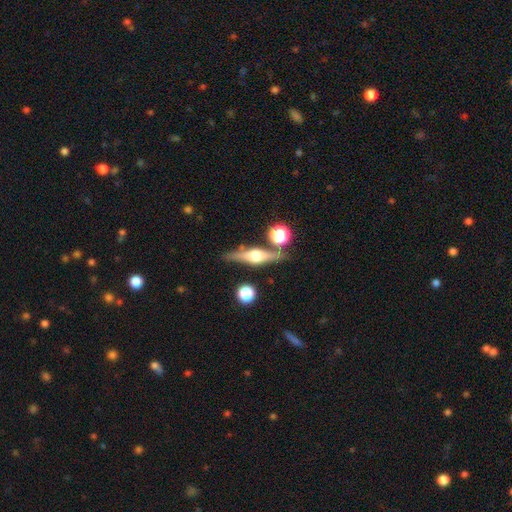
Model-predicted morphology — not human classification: This is likely a featured or disk galaxy (77%). It is clearly viewed edge-on (96%). Edge-on bulge: clearly rounded (92%). Merging: clearly none (81%).